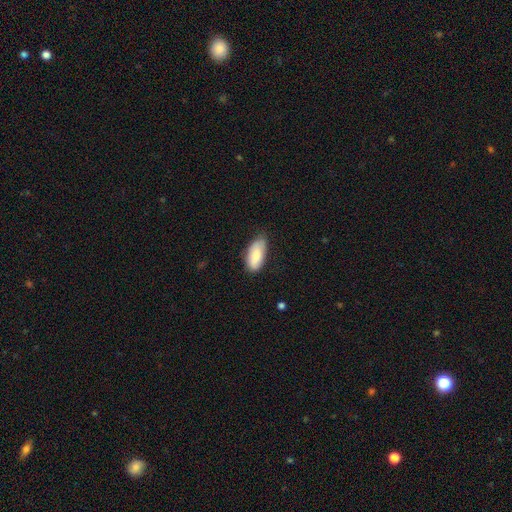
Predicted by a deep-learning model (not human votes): Smooth or featured? smooth (82%)
How rounded? in between (88%)
Merging? none (60%)